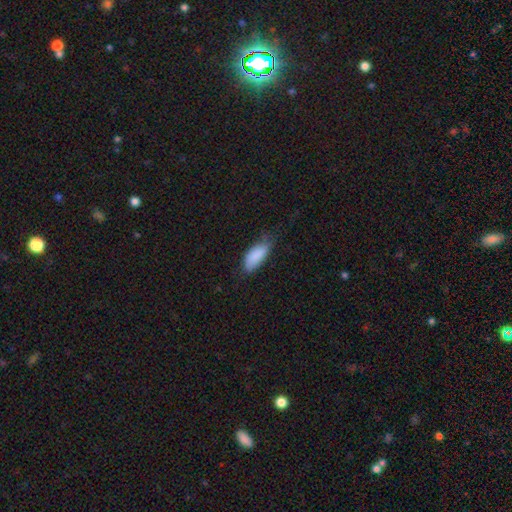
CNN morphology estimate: Overall: smooth (87%). How rounded: in between (85%). Merging: none (52%; minor disturbance 35%).